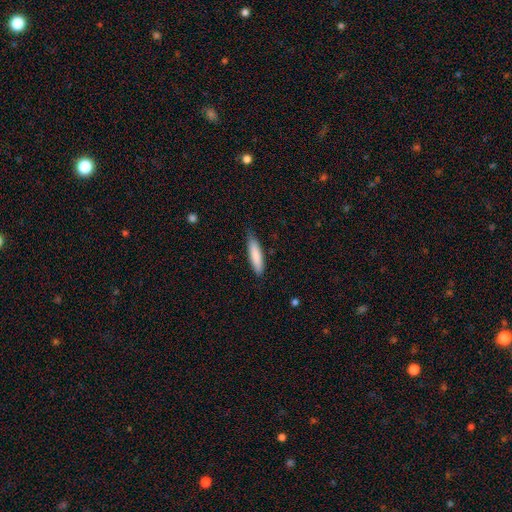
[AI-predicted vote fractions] Smooth or featured? Predicted: smooth (p=0.85). How rounded? Predicted: cigar-shaped (p=0.73). Merging? Predicted: none (p=0.81).